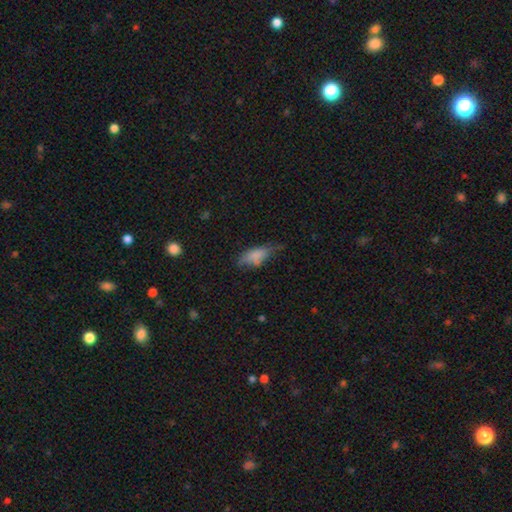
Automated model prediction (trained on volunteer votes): Smooth or featured?
  - smooth: 75% *
  - featured or disk: 15%
  - star or artifact: 9%
How rounded?
  - in between: 78% *
  - cigar-shaped: 20%
  - round: 3%
Merging?
  - none: 41% *
  - minor disturbance: 39%
  - major disturbance: 16%
  - merger: 4%